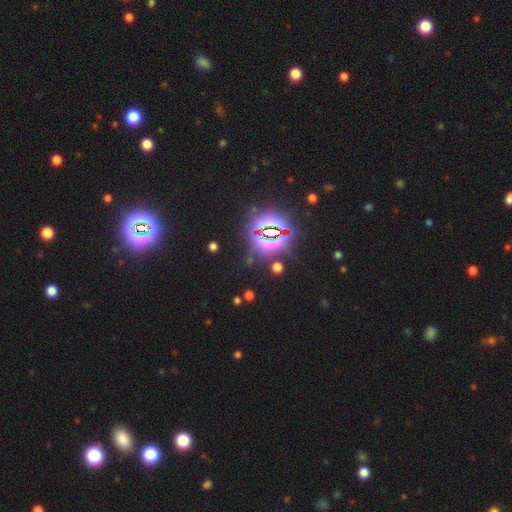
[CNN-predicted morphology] star or artifact 84%, smooth 9%, featured or disk 7%.